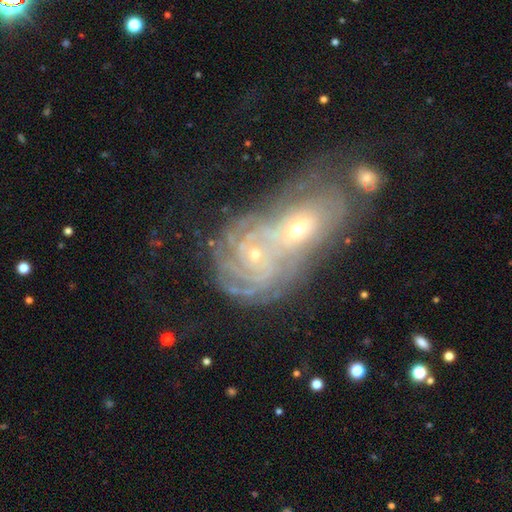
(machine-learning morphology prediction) smooth-or-featured: featured or disk: 84% | star or artifact: 9% | smooth: 8%
  disk-edge-on: no: 96% | yes: 4%
    bar: no: 74% | weak: 19% | strong: 6%
    has-spiral-arms: yes: 95% | no: 5%
      spiral-winding: tight: 80% | medium: 16% | loose: 4%
      spiral-arm-count: can't tell: 36% | 4: 18% | 3: 17% | more than 4: 14% | 2: 10% | 1: 6%
    bulge-size: small: 74% | moderate: 22% | none: 2% | large: 2% | dominant: 1%
  merging: merger: 58% | none: 29% | minor disturbance: 9% | major disturbance: 5%